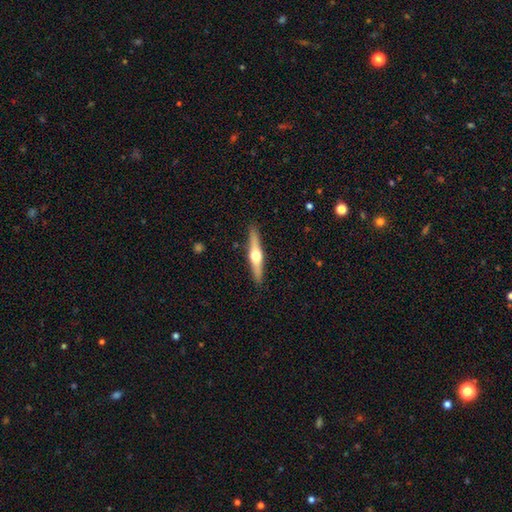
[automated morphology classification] Smooth or featured? featured or disk (65%)
Edge-on disk? yes (97%)
Edge-on bulge? rounded (95%)
Merging? none (90%)